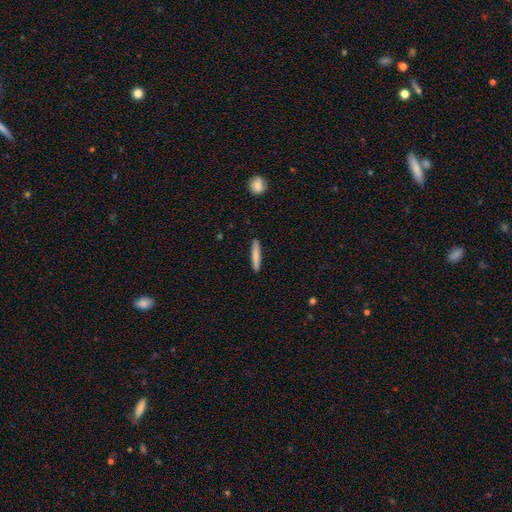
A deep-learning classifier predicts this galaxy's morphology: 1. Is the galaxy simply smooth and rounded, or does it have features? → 79% smooth, 16% featured or disk, 5% star or artifact.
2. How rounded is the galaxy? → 94% cigar-shaped, 5% in between, 1% round.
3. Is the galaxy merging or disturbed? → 91% none, 6% minor disturbance, 1% major disturbance, 1% merger.